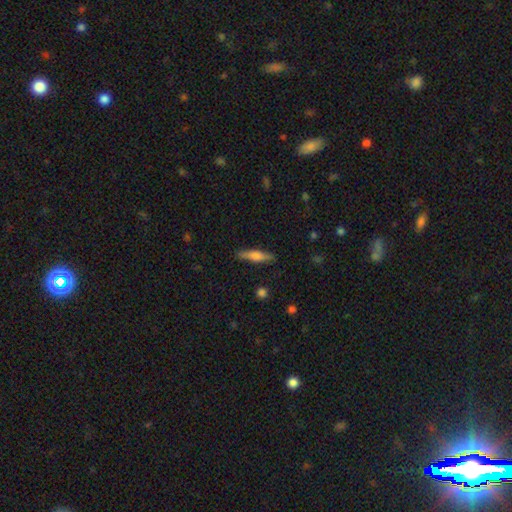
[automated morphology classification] Smooth or featured? Predicted: smooth (p=0.57). How rounded? Predicted: cigar-shaped (p=0.79). Merging? Predicted: none (p=0.86).